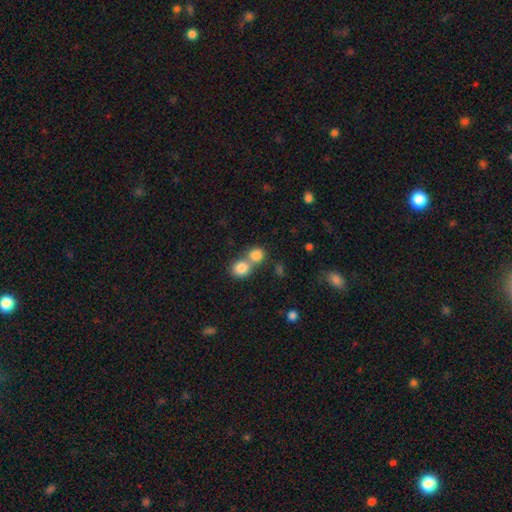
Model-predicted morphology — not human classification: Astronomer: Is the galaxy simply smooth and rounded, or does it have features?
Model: smooth — 82%.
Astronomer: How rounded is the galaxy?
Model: round — 77%.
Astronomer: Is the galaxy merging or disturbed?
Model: merger — 54% (runner-up: none, 38%).